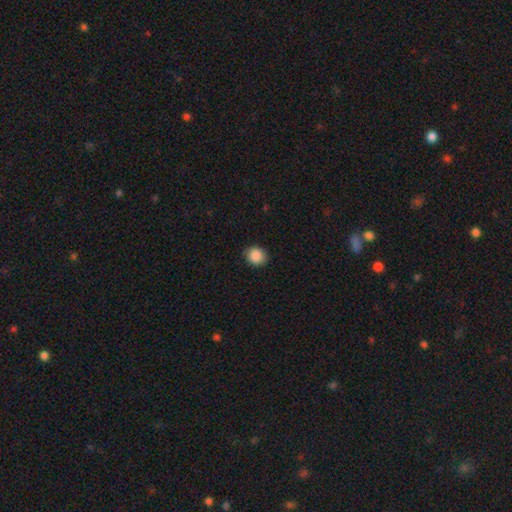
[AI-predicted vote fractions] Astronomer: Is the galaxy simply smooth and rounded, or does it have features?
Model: smooth — 89%.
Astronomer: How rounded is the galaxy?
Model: round — 68%.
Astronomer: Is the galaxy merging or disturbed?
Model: none — 86%.